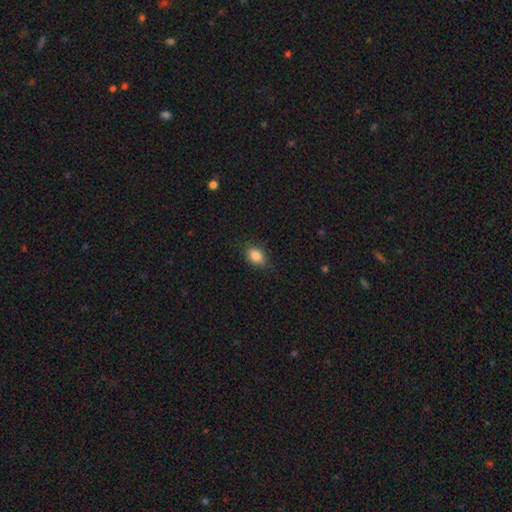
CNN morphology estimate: Overall: smooth (86%). How rounded: in between (81%). Merging: none (81%).